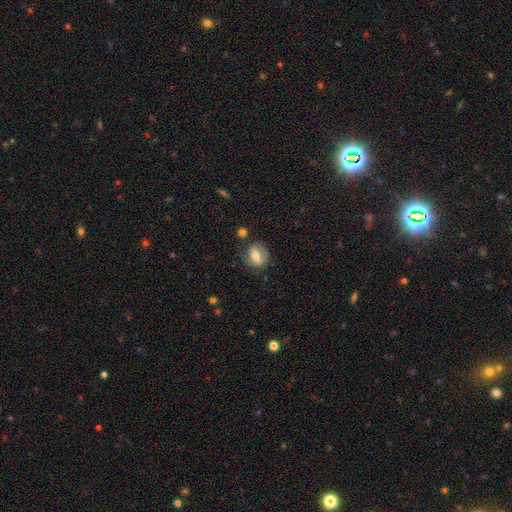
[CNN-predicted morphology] Overall: smooth (63%; featured or disk 29%). How rounded: round (54%; in between 44%). Merging: none (68%).